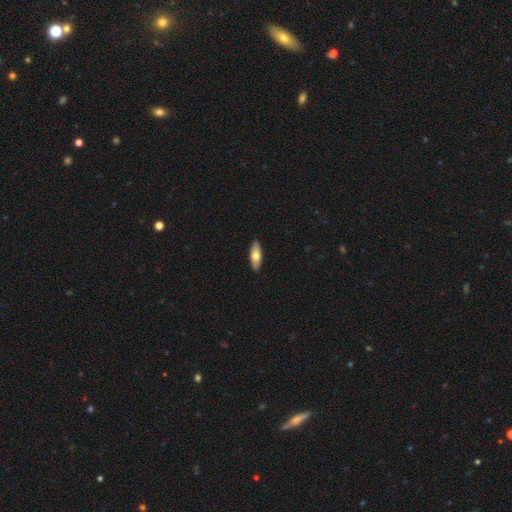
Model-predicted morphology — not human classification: A smooth galaxy with no disk features (66%) that is in between round and cigar-shaped (61%). Merging: none (91%).